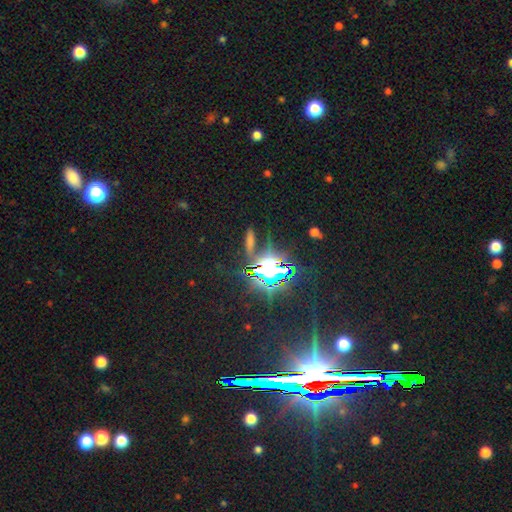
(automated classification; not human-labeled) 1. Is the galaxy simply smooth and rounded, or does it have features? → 84% star or artifact, 8% featured or disk, 8% smooth.